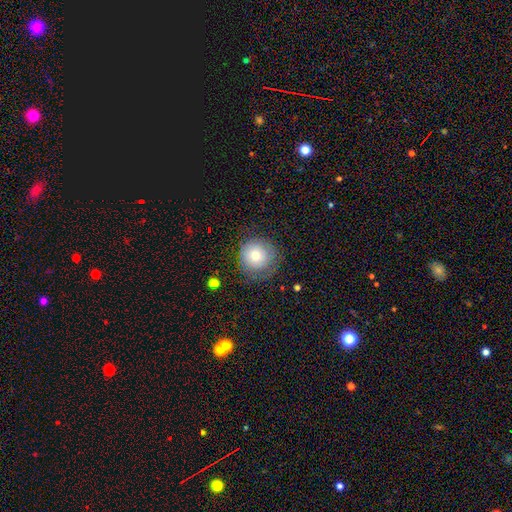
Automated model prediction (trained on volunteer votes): This is likely a smooth galaxy (67%). How rounded: clearly round (93%). Merging: likely none (69%).